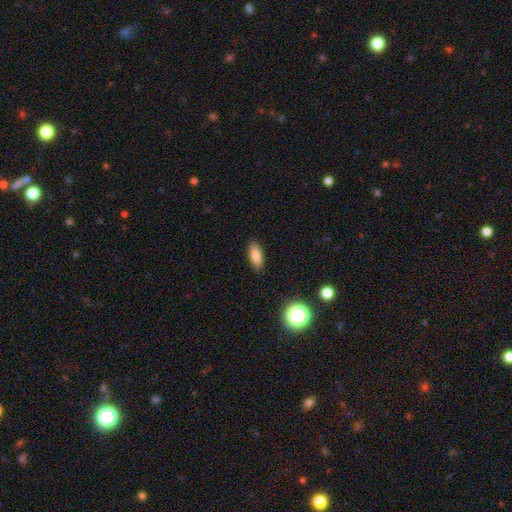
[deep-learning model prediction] smooth-or-featured: smooth: 82% | star or artifact: 9% | featured or disk: 8%
  how-rounded: in between: 75% | cigar-shaped: 22% | round: 3%
  merging: none: 88% | minor disturbance: 9% | major disturbance: 2% | merger: 1%